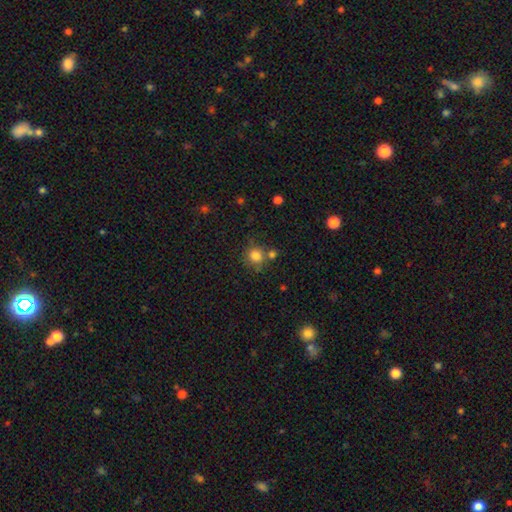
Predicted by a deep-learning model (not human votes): A smooth galaxy with no disk features (81%) that is round (90%). Merging: none (66%).